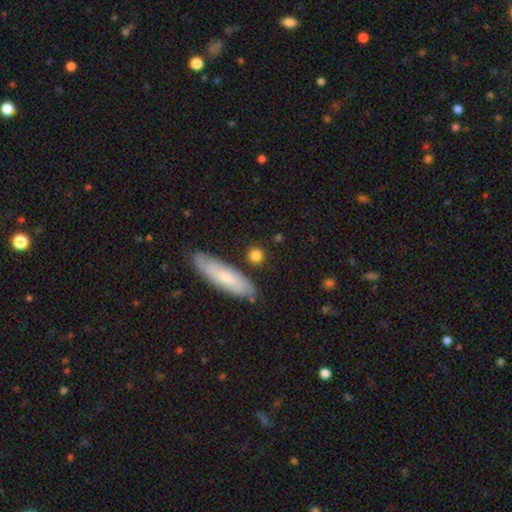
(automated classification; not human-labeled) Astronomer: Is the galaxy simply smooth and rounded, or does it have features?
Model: smooth — 82%.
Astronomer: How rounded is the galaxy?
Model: round — 73%.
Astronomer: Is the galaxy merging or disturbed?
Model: none — 81%.